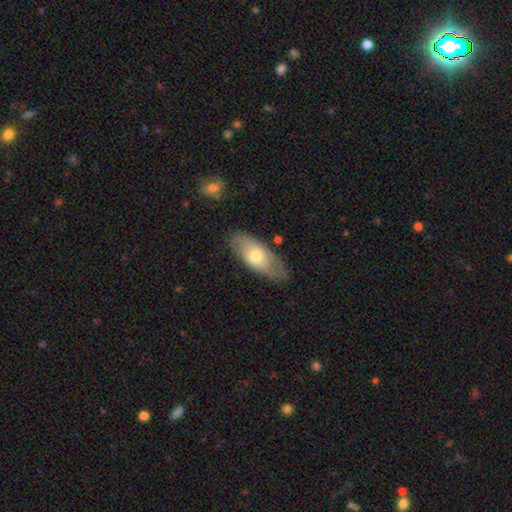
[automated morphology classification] A smooth galaxy with no disk features (56%) that is in between round and cigar-shaped (84%).

Vote fractions:
- Smooth or featured? smooth: 56% / featured or disk: 38% / star or artifact: 6%
- How rounded? in between: 84% / cigar-shaped: 13% / round: 3%
- Merging? none: 73% / minor disturbance: 20% / major disturbance: 5% / merger: 2%